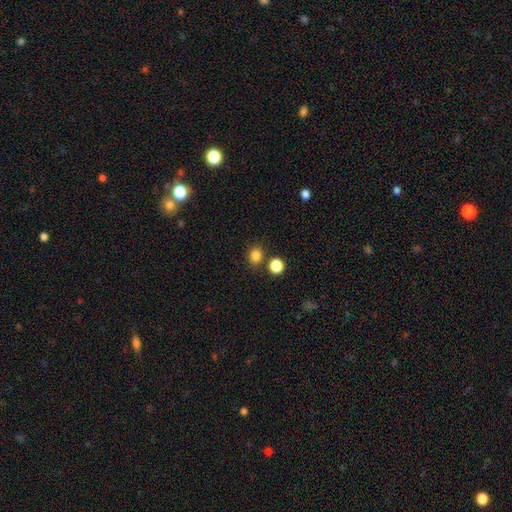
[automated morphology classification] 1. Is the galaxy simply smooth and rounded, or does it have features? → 83% smooth, 13% star or artifact, 4% featured or disk.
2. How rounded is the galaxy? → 70% round, 29% in between, 1% cigar-shaped.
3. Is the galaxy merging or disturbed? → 79% none, 10% merger, 9% minor disturbance, 3% major disturbance.